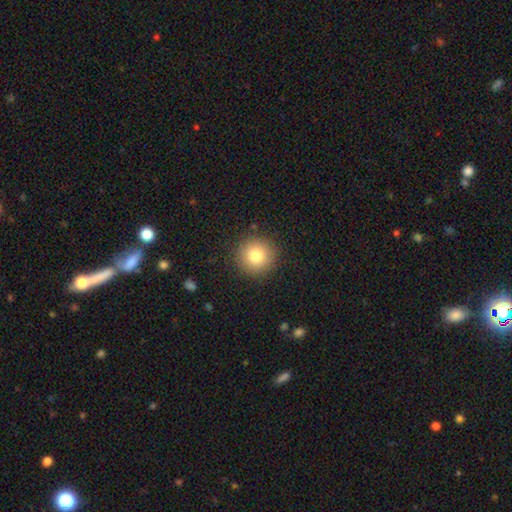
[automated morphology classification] This is clearly a smooth galaxy (80%). How rounded: clearly round (95%). Merging: clearly none (90%).